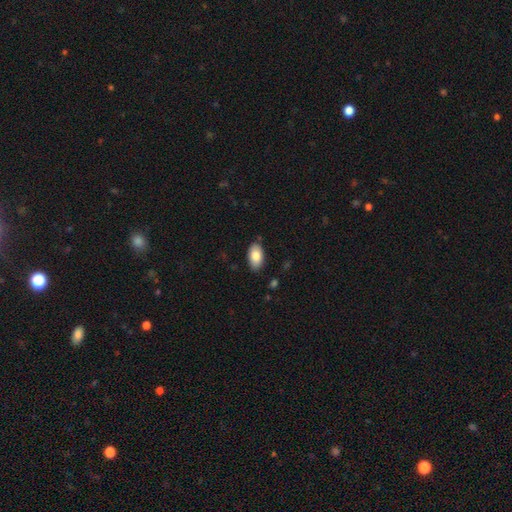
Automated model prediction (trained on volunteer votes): This appears to be a smooth galaxy with no disk features (83%) that is in between round and cigar-shaped (95%). Merging: none (85%).